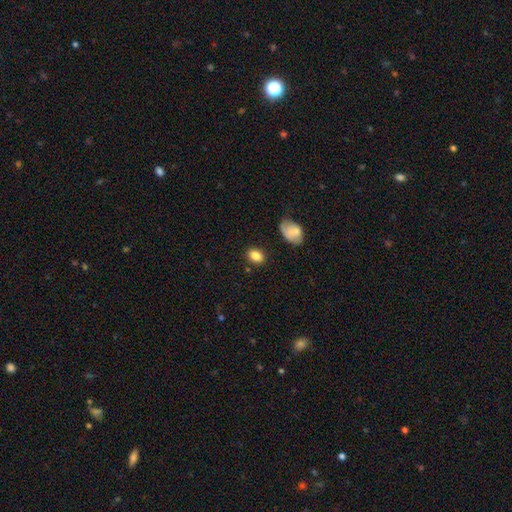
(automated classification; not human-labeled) A smooth galaxy with no disk features (85%) that is in between round and cigar-shaped (75%).

Vote fractions:
- Smooth or featured? smooth: 85% / star or artifact: 9% / featured or disk: 7%
- How rounded? in between: 75% / round: 24% / cigar-shaped: 1%
- Merging? none: 82% / minor disturbance: 12% / major disturbance: 3% / merger: 3%